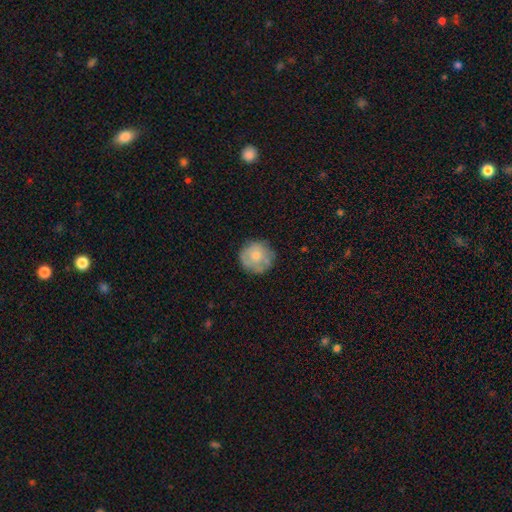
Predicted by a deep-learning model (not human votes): Smooth or featured? Predicted: smooth (p=0.62). How rounded? Predicted: round (p=0.92). Merging? Predicted: none (p=0.76).